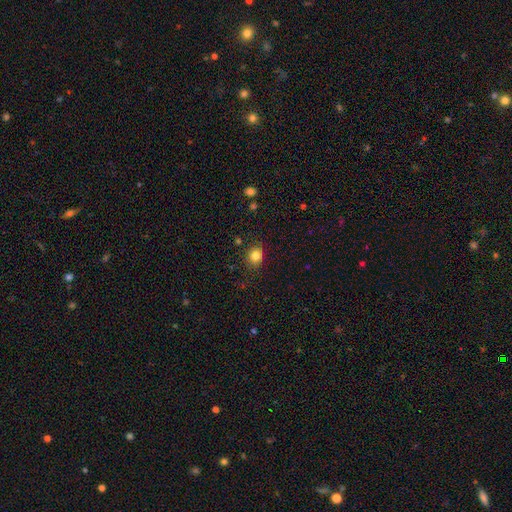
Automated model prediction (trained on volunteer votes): A smooth galaxy with no disk features (83%) that is round (72%).

Vote fractions:
- Smooth or featured? smooth: 83% / star or artifact: 11% / featured or disk: 6%
- How rounded? round: 72% / in between: 27% / cigar-shaped: 1%
- Merging? none: 85% / minor disturbance: 11% / major disturbance: 3% / merger: 2%